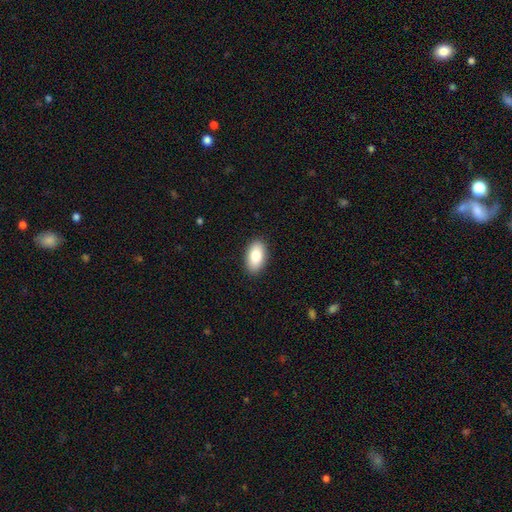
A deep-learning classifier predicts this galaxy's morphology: type=smooth (84%); roundness=in between (94%); merging=none (90%).